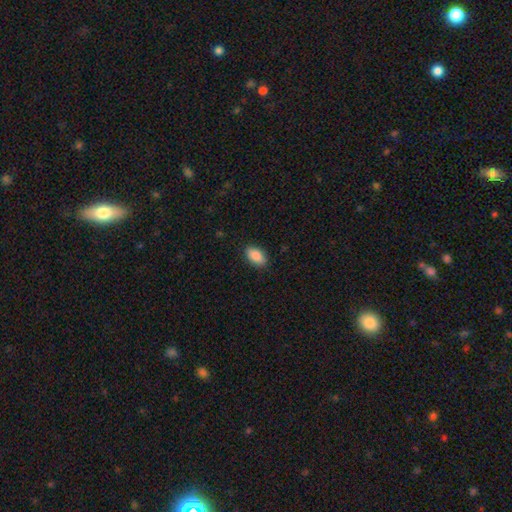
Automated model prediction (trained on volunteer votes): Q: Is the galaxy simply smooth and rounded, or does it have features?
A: smooth — 89%.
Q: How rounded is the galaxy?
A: in between — 93%.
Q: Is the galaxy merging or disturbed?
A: none — 88%.